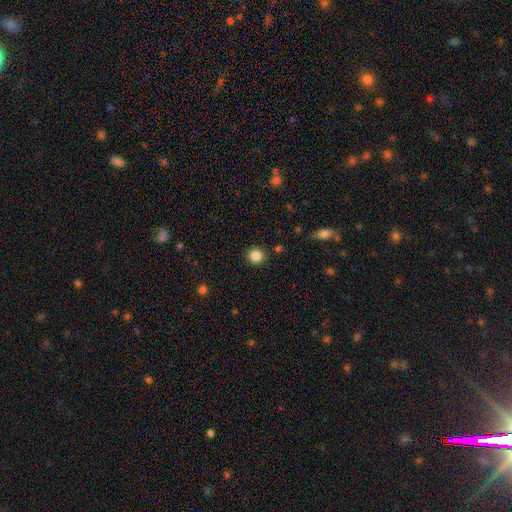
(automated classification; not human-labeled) The model was most divided on "smooth or featured": smooth: 85%, star or artifact: 11%, featured or disk: 4%. More confident: how rounded — round (92%); merging — none (91%).